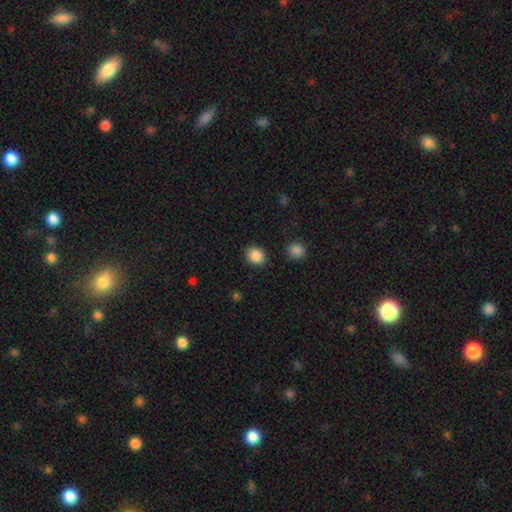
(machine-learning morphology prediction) A smooth galaxy with no disk features (87%) that is round (71%). Merging: none (88%).